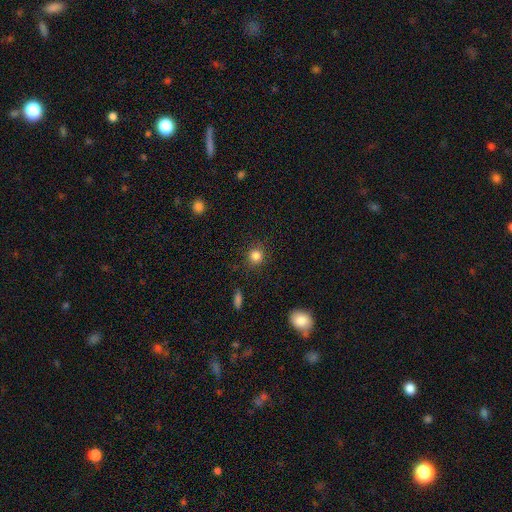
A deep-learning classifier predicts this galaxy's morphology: This appears to be a smooth galaxy with no disk features (83%) that is round (91%). Merging: none (88%).